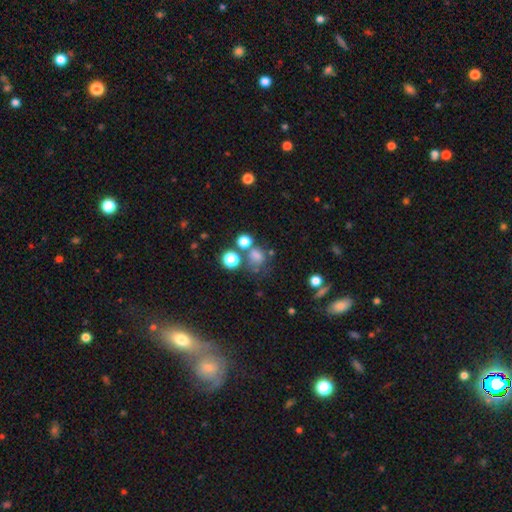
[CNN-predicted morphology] The model was most divided on "merging": none: 52%, merger: 23%, minor disturbance: 15%, major disturbance: 10%. More confident: how rounded — round (74%); smooth or featured — smooth (70%).